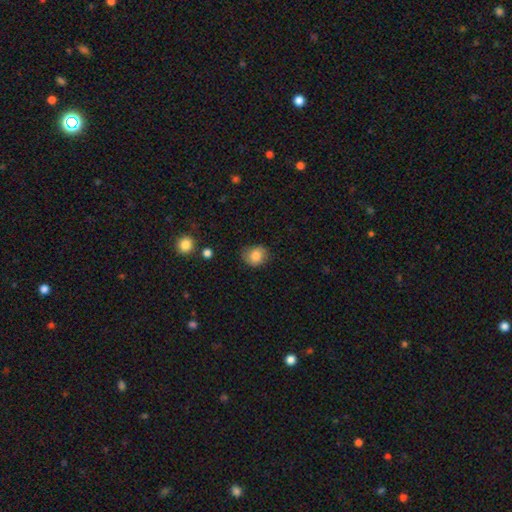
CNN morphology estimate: type=smooth (79%); roundness=round (69%); merging=none (73%).